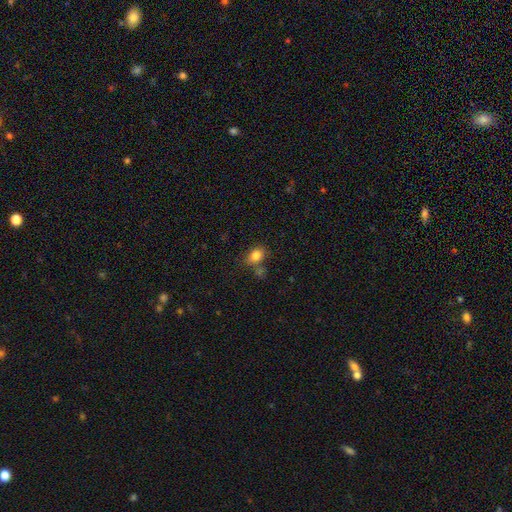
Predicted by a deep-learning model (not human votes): Q: Smooth or featured?
A: smooth (82%); runner-up: star or artifact (11%)
Q: How rounded?
A: in between (67%); runner-up: round (31%)
Q: Merging?
A: none (62%); runner-up: minor disturbance (17%)